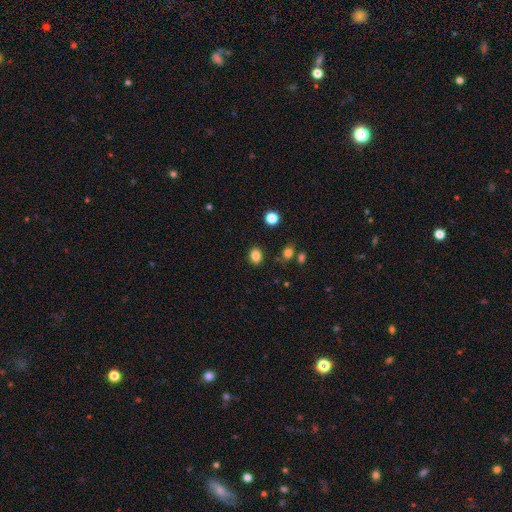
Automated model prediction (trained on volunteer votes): Smooth or featured?
  - smooth: 84% *
  - star or artifact: 11%
  - featured or disk: 5%
How rounded?
  - in between: 54% *
  - round: 45%
  - cigar-shaped: 1%
Merging?
  - none: 86% *
  - minor disturbance: 9%
  - major disturbance: 3%
  - merger: 3%